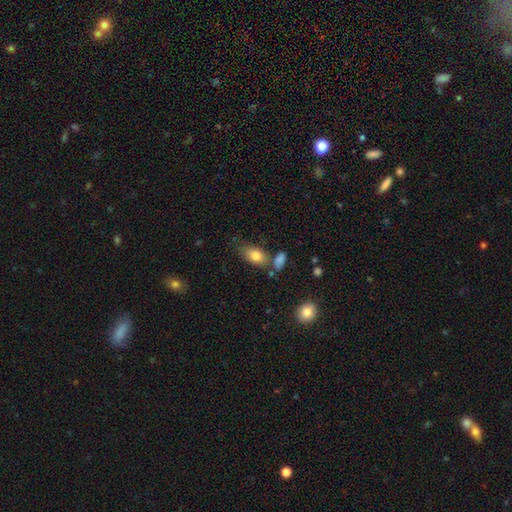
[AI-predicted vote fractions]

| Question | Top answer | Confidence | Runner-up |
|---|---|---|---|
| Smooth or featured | smooth | 79% | featured or disk (14%) |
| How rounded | in between | 90% | round (6%) |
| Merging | none | 62% | minor disturbance (19%) |